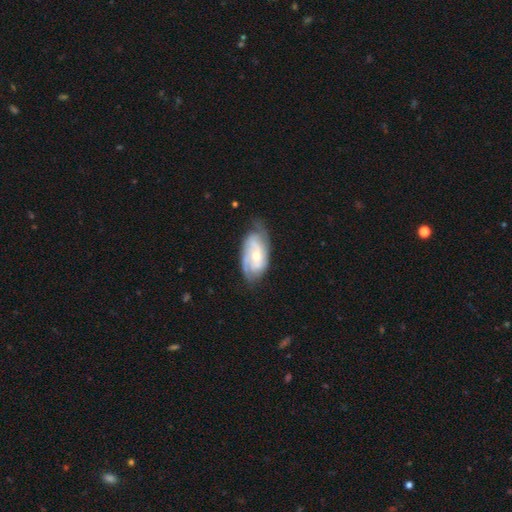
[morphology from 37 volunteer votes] smooth_or_featured: featured or disk (p=0.84) [alt: smooth p=0.11]
disk_edge_on: no (p=0.97) [alt: yes p=0.03]
bar: no (p=0.67) [alt: weak p=0.33]
has_spiral_arms: yes (p=0.90) [alt: no p=0.10]
spiral_winding: tight (p=0.48) [alt: medium p=0.37]
spiral_arm_count: 2 (p=0.59) [alt: can't tell p=0.19]
bulge_size: moderate (p=0.63) [alt: small p=0.33]
merging: none (p=0.66) [alt: minor disturbance p=0.26]